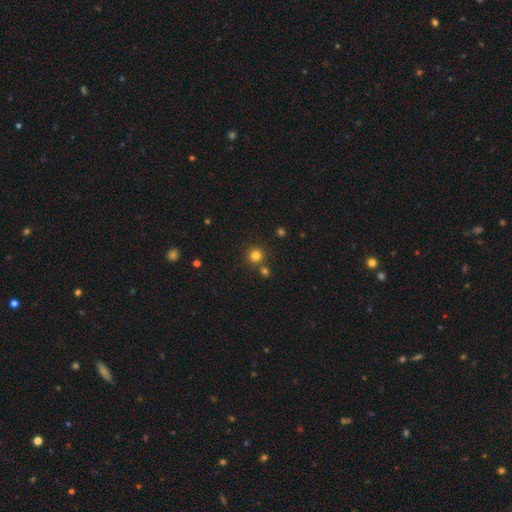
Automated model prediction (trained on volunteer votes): This is likely a smooth galaxy (80%). How rounded: clearly round (94%). Merging: likely none (78%).